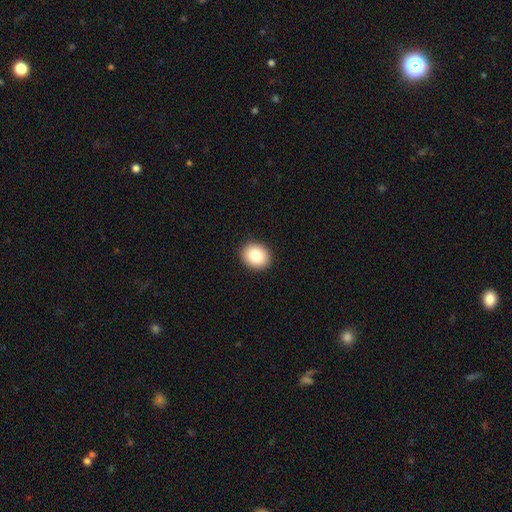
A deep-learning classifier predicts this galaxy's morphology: smooth 83%, star or artifact 9%, featured or disk 8%. Down the decision tree: how rounded — round (61%); merging — none (92%).